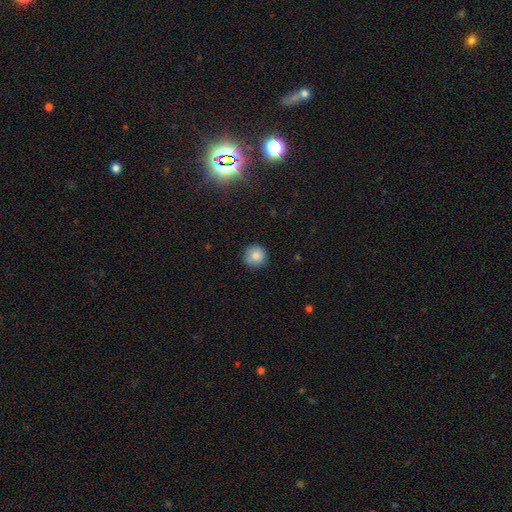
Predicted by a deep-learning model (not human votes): Smooth or featured?
  - smooth: 84% *
  - star or artifact: 9%
  - featured or disk: 6%
How rounded?
  - round: 94% *
  - in between: 5%
  - cigar-shaped: 1%
Merging?
  - none: 85% *
  - minor disturbance: 12%
  - major disturbance: 2%
  - merger: 1%